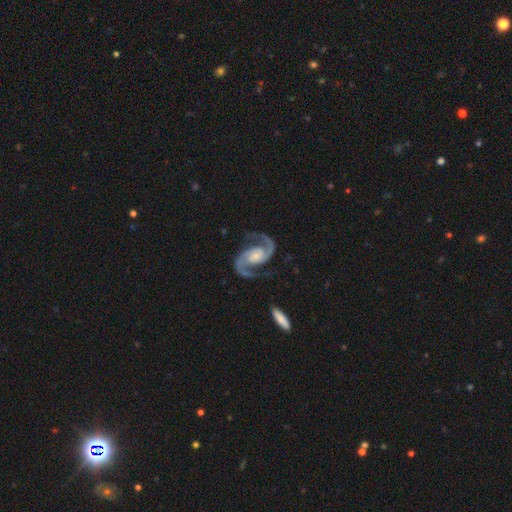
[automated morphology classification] A featured or disk galaxy (95%) with no bar (47%), 2 (95%) medium (63%) spiral arms (99%) and a moderate central bulge (34%, tied with small).

Vote fractions:
- Smooth or featured? featured or disk: 95% / star or artifact: 3% / smooth: 2%
- Edge-on disk? no: 98% / yes: 2%
- Bar? no: 47% / weak: 36% / strong: 16%
- Spiral arms? yes: 99% / no: 1%
- Spiral winding? medium: 63% / loose: 22% / tight: 15%
- Spiral arm count? 2: 95% / can't tell: 1% / 1: 1% / 3: 1% / 4: 1% / more than 4: 1%
- Bulge size? moderate: 34% (tied) / small: 34% (tied) / none: 18% / large: 11% / dominant: 2%
- Merging? none: 80% / minor disturbance: 12% / major disturbance: 6% / merger: 2%